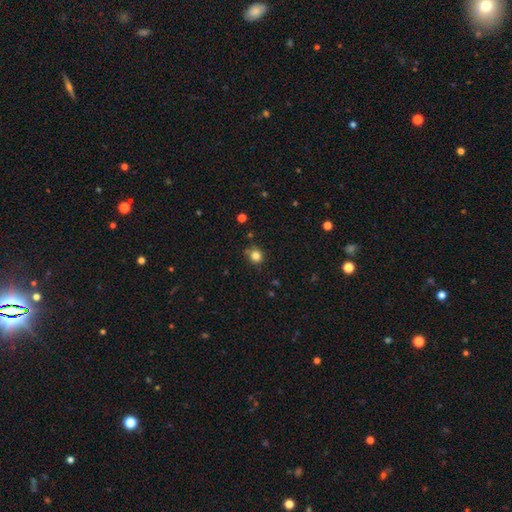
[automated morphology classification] This is clearly a smooth galaxy (82%). How rounded: clearly round (87%). Merging: likely none (78%).